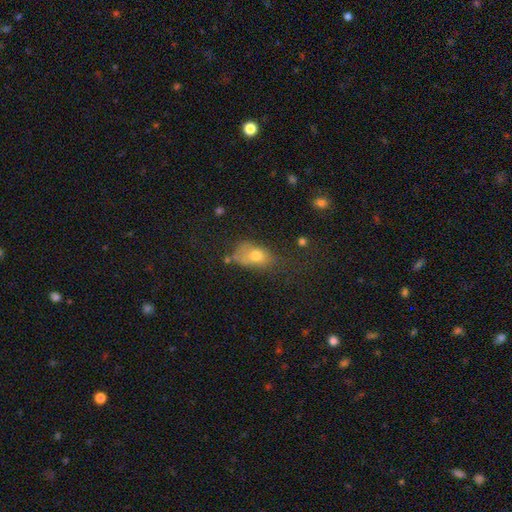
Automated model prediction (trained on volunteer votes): Smooth or featured: smooth — 72% (featured or disk — 17%)
How rounded: in between — 79% (round — 19%)
Merging: none — 36% (minor disturbance — 30%)